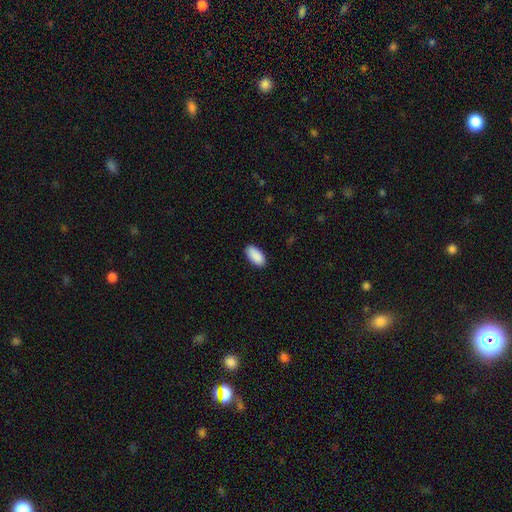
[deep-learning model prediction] smooth-or-featured: smooth: 91% | star or artifact: 6% | featured or disk: 3%
  how-rounded: in between: 94% | cigar-shaped: 4% | round: 2%
  merging: none: 88% | minor disturbance: 9% | major disturbance: 2% | merger: 1%